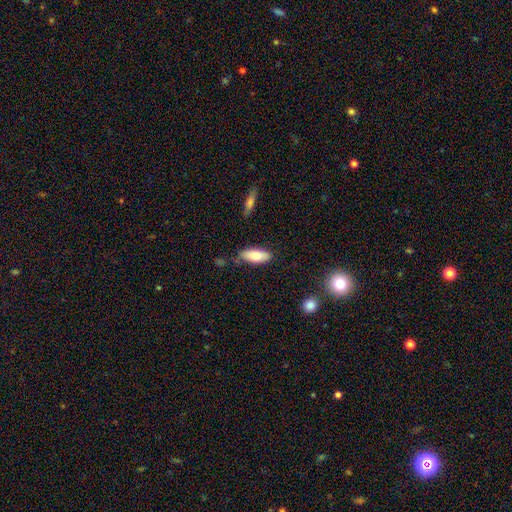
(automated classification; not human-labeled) Morphology: type=smooth (76%); roundness=in between (77%); merging=none (75%).